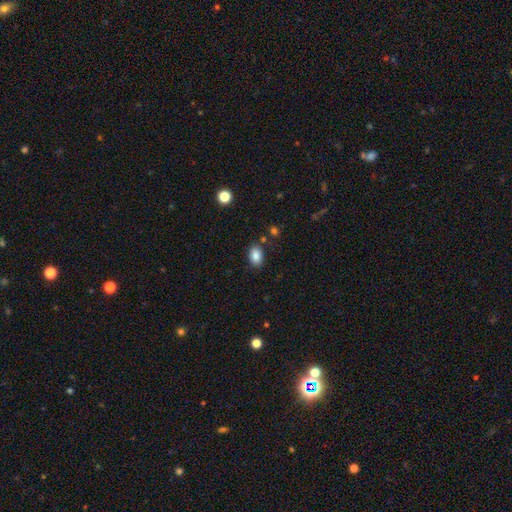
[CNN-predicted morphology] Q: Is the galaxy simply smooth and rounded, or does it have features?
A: smooth — 86%.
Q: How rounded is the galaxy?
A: in between — 84%.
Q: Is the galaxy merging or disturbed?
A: none — 82%.